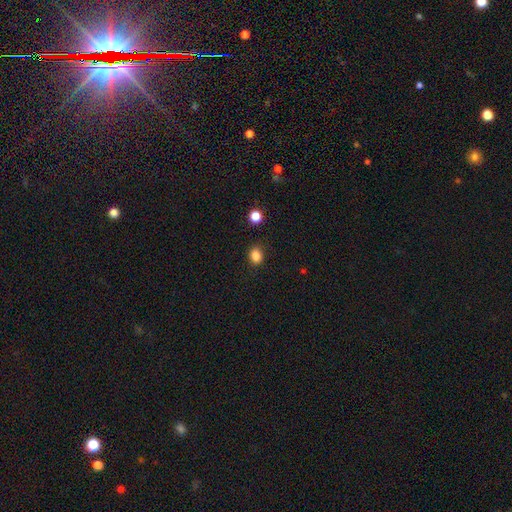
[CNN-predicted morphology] type=smooth (85%); roundness=round (52%); merging=none (83%).